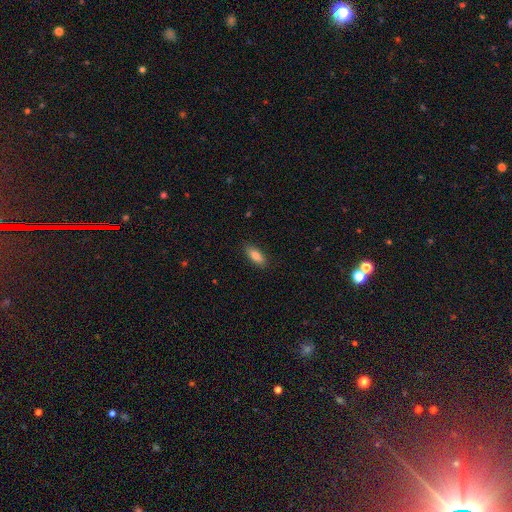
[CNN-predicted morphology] Q: Smooth or featured?
A: smooth (84%); runner-up: featured or disk (9%)
Q: How rounded?
A: in between (79%); runner-up: cigar-shaped (19%)
Q: Merging?
A: none (87%); runner-up: minor disturbance (10%)